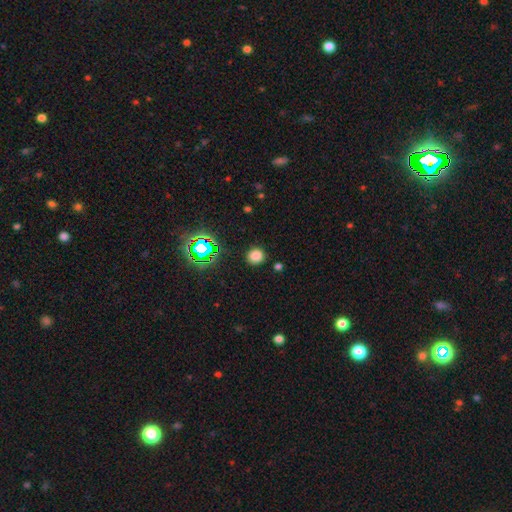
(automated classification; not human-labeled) A smooth galaxy with no disk features (76%) that is round (89%). Merging: none (88%).